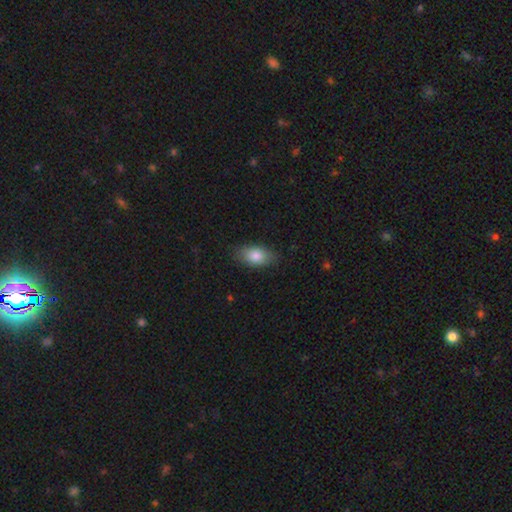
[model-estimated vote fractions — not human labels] This appears to be a smooth galaxy with no disk features (83%) that is in between round and cigar-shaped (90%). Merging: none (83%).